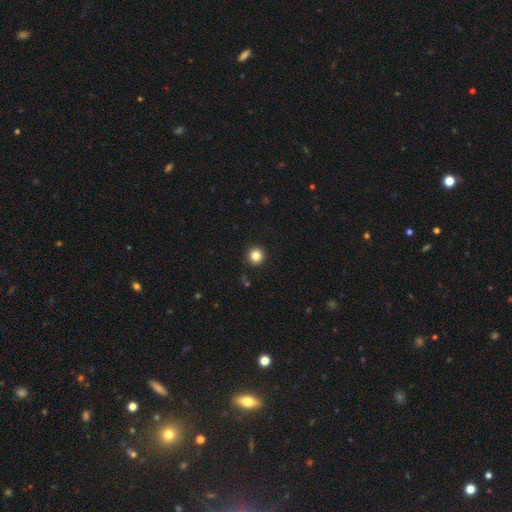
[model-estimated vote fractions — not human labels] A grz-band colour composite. It shows a smooth galaxy with no disk features (84%) that is round (95%). Merging: none (92%).